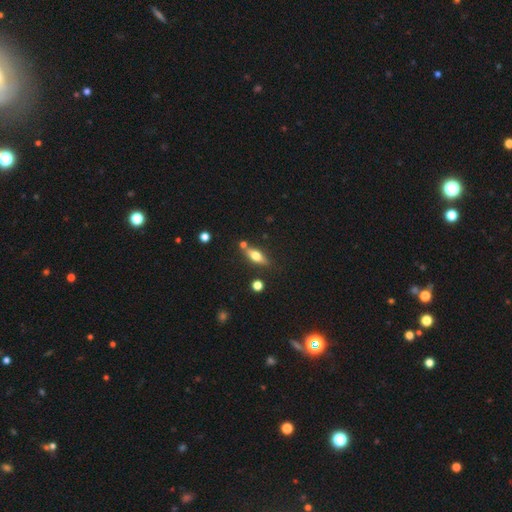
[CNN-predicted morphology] smooth-or-featured: smooth: 49% | featured or disk: 43% | star or artifact: 8%
  merging: none: 74% | minor disturbance: 13% | merger: 10% | major disturbance: 4%